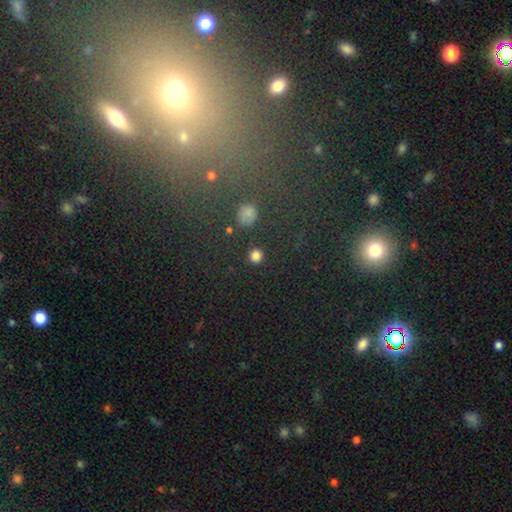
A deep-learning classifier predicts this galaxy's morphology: This is clearly a smooth galaxy (81%). How rounded: clearly round (92%). Merging: clearly none (89%).